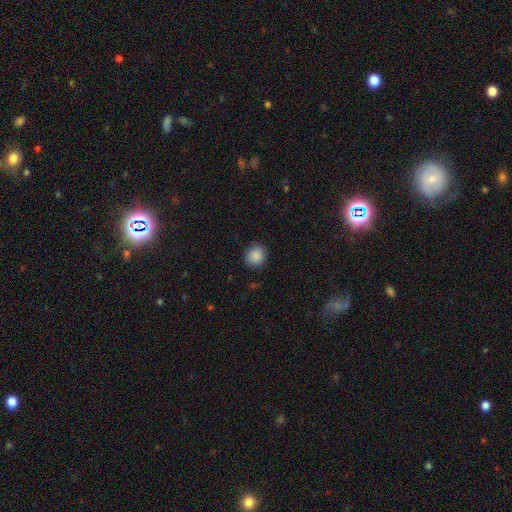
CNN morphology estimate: smooth 88%, star or artifact 9%, featured or disk 3%. Down the decision tree: how rounded — round (77%); merging — none (88%).